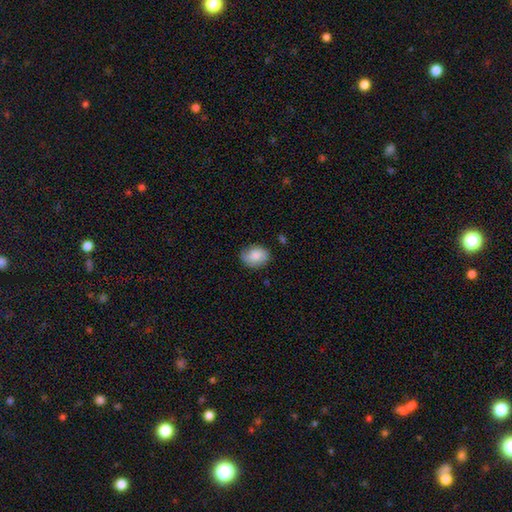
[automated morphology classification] Overall: smooth (79%). How rounded: in between (60%; round 39%). Merging: none (71%).